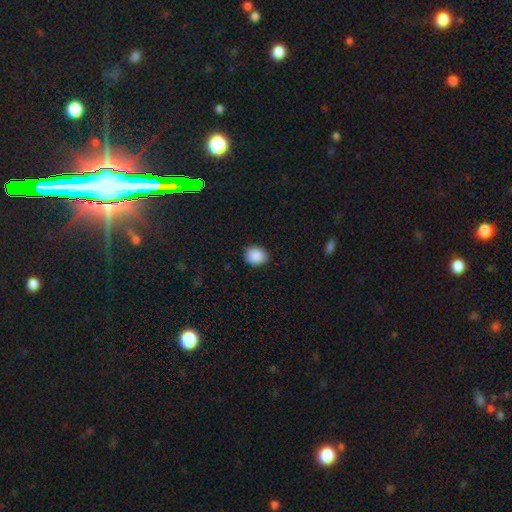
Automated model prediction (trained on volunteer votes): Smooth or featured? smooth (89%)
How rounded? round (57%)
Merging? none (88%)